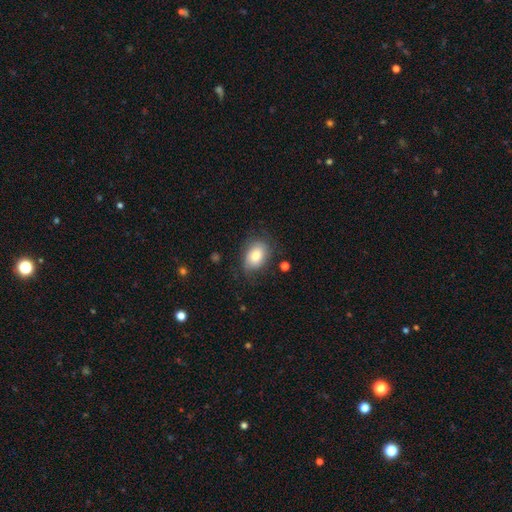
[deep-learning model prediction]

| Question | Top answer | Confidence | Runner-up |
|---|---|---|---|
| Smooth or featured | smooth | 79% | featured or disk (14%) |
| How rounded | in between | 78% | round (21%) |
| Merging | none | 69% | minor disturbance (22%) |